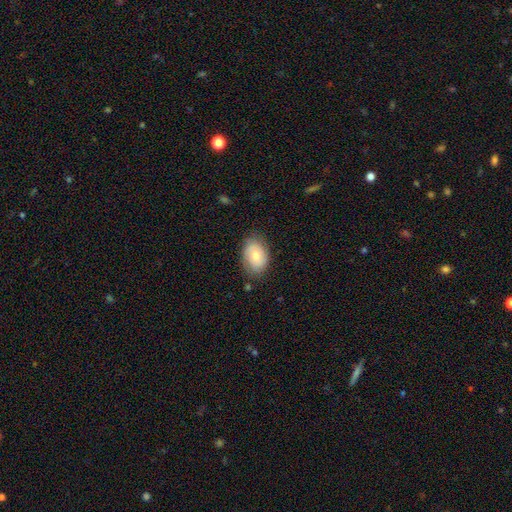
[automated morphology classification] Overall: smooth (71%). How rounded: in between (84%). Merging: none (78%).